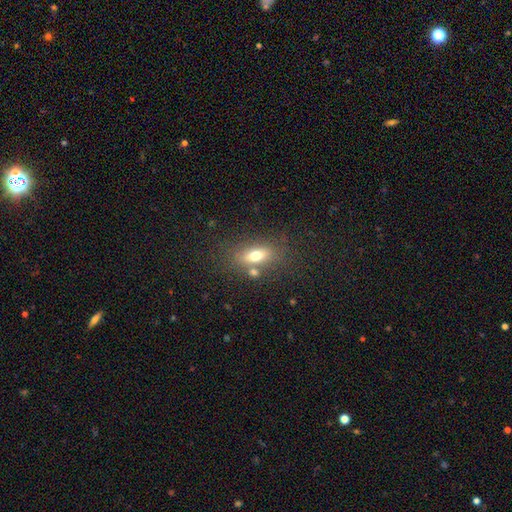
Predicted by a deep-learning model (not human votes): Smooth or featured: smooth — 67% (featured or disk — 22%)
How rounded: in between — 75% (cigar-shaped — 15%)
Merging: none — 67% (merger — 14%)